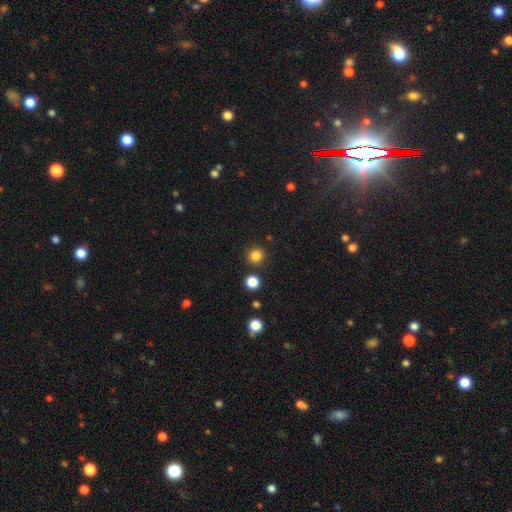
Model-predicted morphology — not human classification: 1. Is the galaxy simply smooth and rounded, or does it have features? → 84% smooth, 13% star or artifact, 3% featured or disk.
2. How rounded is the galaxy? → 93% round, 6% in between, 1% cigar-shaped.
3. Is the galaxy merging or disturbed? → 89% none, 6% minor disturbance, 4% merger, 2% major disturbance.